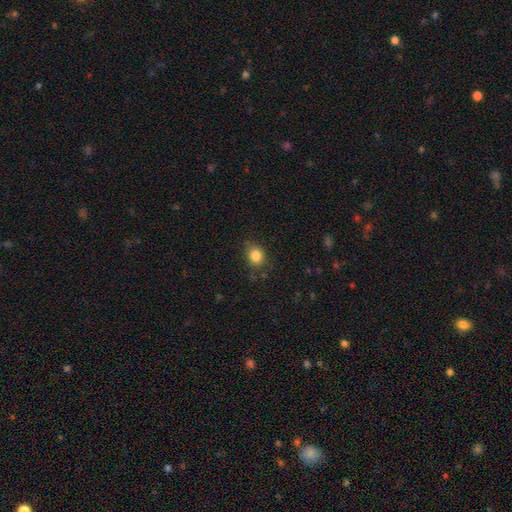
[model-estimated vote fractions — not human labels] smooth 84%, star or artifact 11%, featured or disk 6%. Down the decision tree: how rounded — round (66%); merging — none (79%).